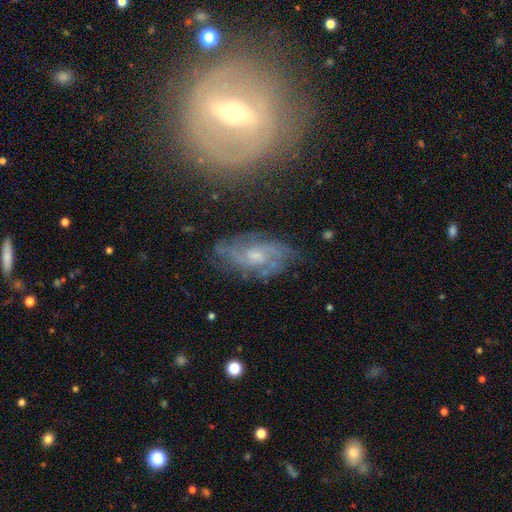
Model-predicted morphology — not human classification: A featured or disk galaxy (80%) with no bar (54%), 2 (37%) medium (46%) spiral arms (93%) and a small central bulge (51%).

Vote fractions:
- Smooth or featured? featured or disk: 80% / smooth: 12% / star or artifact: 8%
- Edge-on disk? no: 95% / yes: 5%
- Bar? no: 54% / weak: 39% / strong: 6%
- Spiral arms? yes: 93% / no: 7%
- Spiral winding? medium: 46% / tight: 38% / loose: 16%
- Spiral arm count? 2: 37% / can't tell: 27% / 3: 21% / 4: 7% / 1: 5% / more than 4: 4%
- Bulge size? small: 51% / moderate: 36% / none: 9% / large: 3% / dominant: 1%
- Merging? none: 70% / minor disturbance: 19% / major disturbance: 8% / merger: 3%